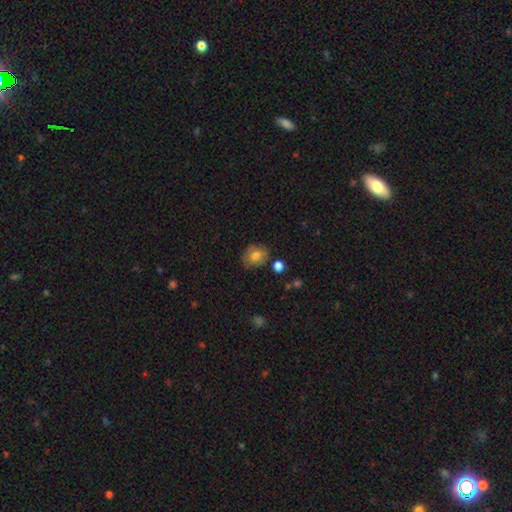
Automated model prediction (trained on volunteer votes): Q: Smooth or featured?
A: smooth (76%); runner-up: featured or disk (15%)
Q: How rounded?
A: round (57%); runner-up: in between (42%)
Q: Merging?
A: none (70%); runner-up: minor disturbance (21%)